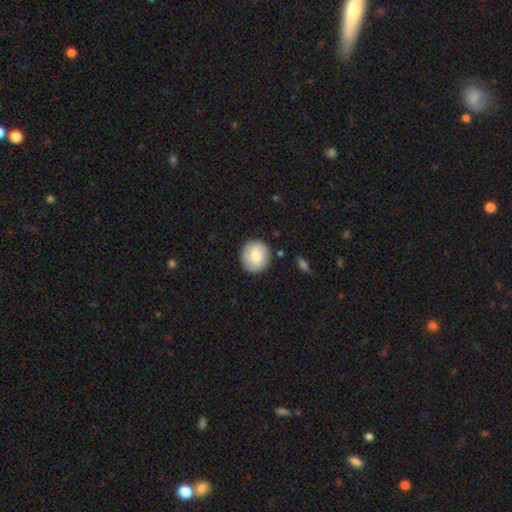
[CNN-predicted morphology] Smooth or featured?
  - smooth: 78% *
  - featured or disk: 16%
  - star or artifact: 7%
How rounded?
  - round: 88% *
  - in between: 11%
  - cigar-shaped: 1%
Merging?
  - none: 86% *
  - minor disturbance: 10%
  - major disturbance: 2%
  - merger: 2%